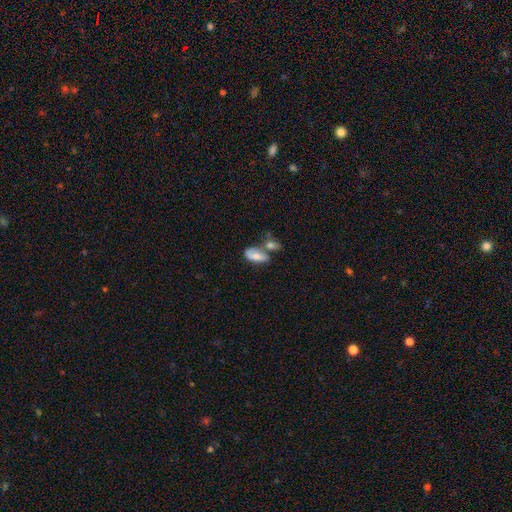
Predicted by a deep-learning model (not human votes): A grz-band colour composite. It shows a smooth galaxy with no disk features (71%) that is in between round and cigar-shaped (83%). Merging: merger (39%).